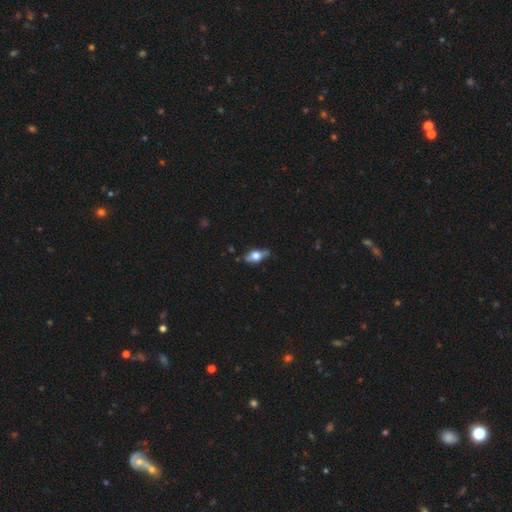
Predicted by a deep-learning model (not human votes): smooth-or-featured: featured or disk: 48% | smooth: 44% | star or artifact: 8%
  merging: none: 73% | minor disturbance: 20% | major disturbance: 5% | merger: 2%